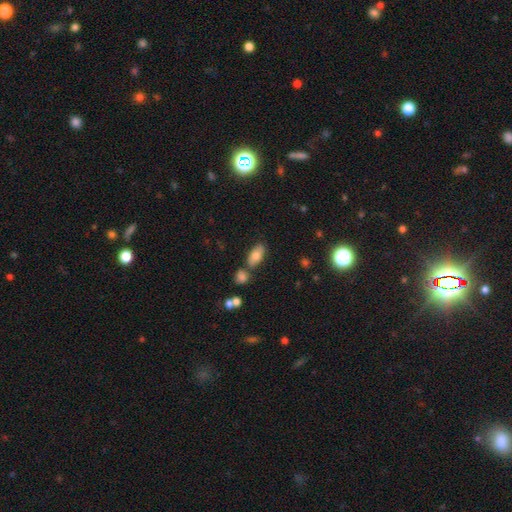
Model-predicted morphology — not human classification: Overall: smooth (77%). How rounded: in between (90%). Merging: none (69%).